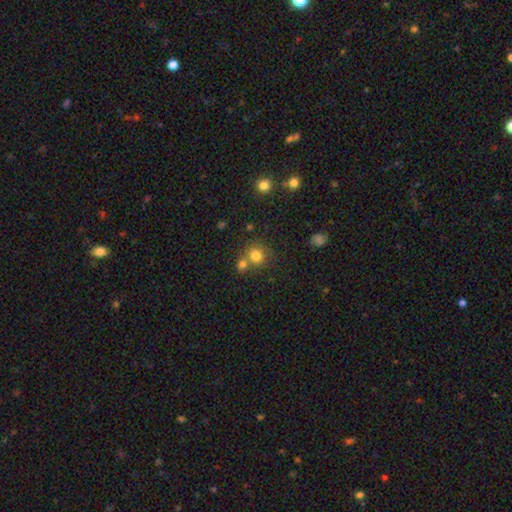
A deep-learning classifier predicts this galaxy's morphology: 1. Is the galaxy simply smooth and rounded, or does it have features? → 79% smooth, 13% star or artifact, 8% featured or disk.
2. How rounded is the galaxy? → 80% round, 19% in between, 1% cigar-shaped.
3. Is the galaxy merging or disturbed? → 53% none, 34% merger, 9% minor disturbance, 3% major disturbance.